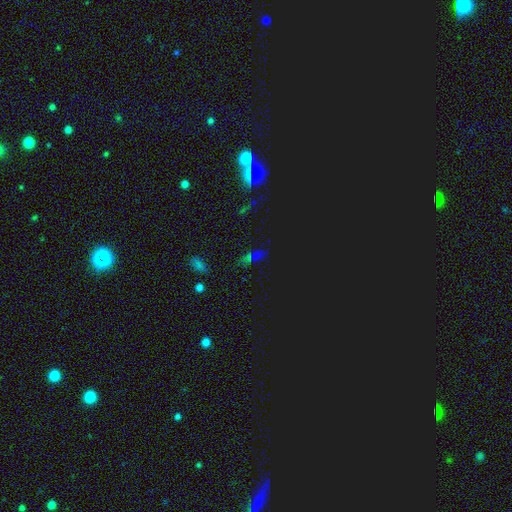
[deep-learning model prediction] A star or artifact, not a galaxy (61%).

Vote fractions:
- Smooth or featured? star or artifact: 61% / smooth: 29% / featured or disk: 10%